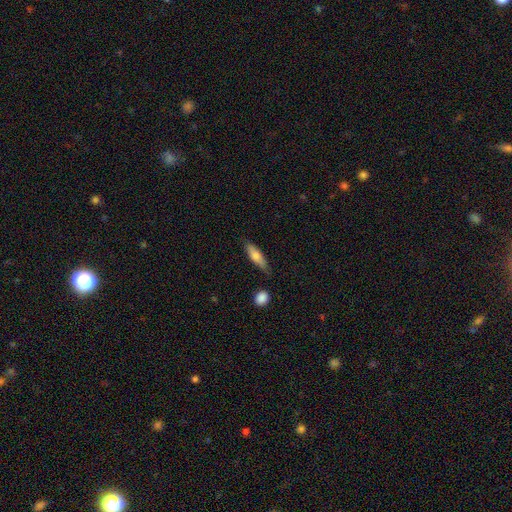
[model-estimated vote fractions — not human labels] smooth 72%, featured or disk 22%, star or artifact 6%. Down the decision tree: how rounded — cigar-shaped (58%); merging — none (74%).